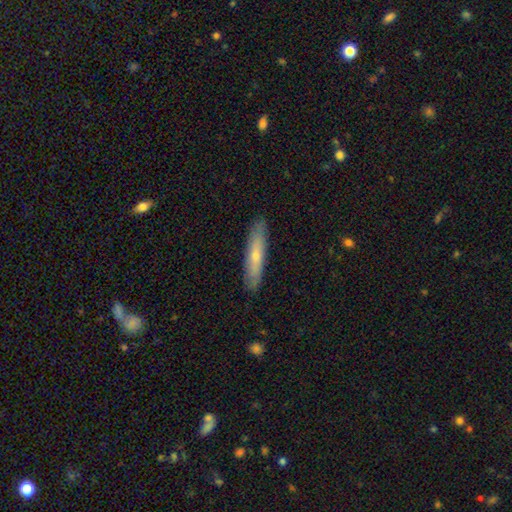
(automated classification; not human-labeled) Smooth or featured?
  - smooth: 59% *
  - featured or disk: 36%
  - star or artifact: 6%
How rounded?
  - cigar-shaped: 87% *
  - in between: 11%
  - round: 2%
Merging?
  - none: 88% *
  - minor disturbance: 9%
  - major disturbance: 2%
  - merger: 1%